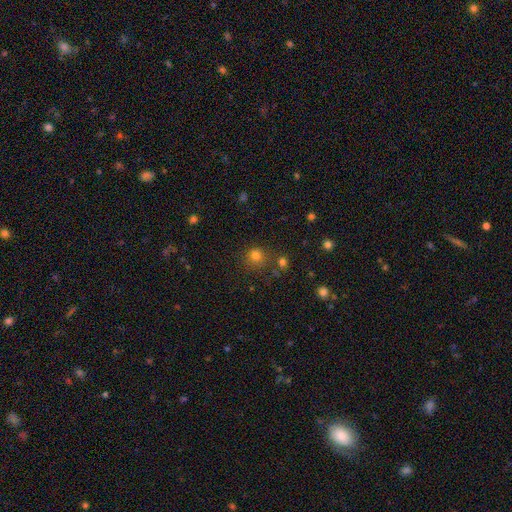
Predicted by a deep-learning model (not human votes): This appears to be a smooth galaxy with no disk features (77%) that is round (91%). Merging: none (78%).